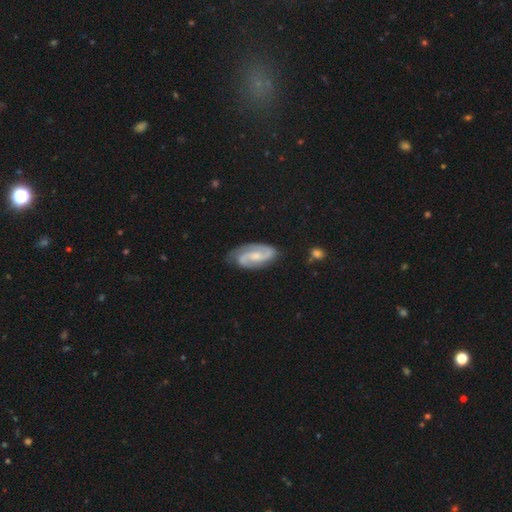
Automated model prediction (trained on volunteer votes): smooth_or_featured: featured or disk (p=0.86) [alt: smooth p=0.09]
disk_edge_on: no (p=0.97) [alt: yes p=0.03]
bar: weak (p=0.44) [alt: no p=0.43]
has_spiral_arms: yes (p=0.98) [alt: no p=0.02]
spiral_winding: medium (p=0.51) [alt: tight p=0.35]
spiral_arm_count: 2 (p=0.91) [alt: can't tell p=0.03]
bulge_size: moderate (p=0.38) [tied with: small p=0.38]
merging: none (p=0.79) [alt: minor disturbance p=0.15]